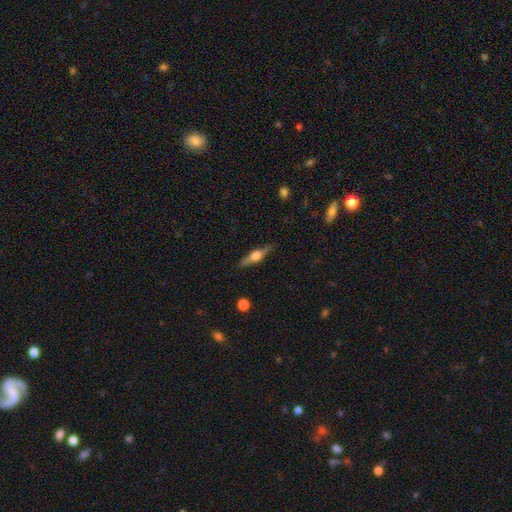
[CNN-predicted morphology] Smooth or featured: featured or disk — 63% (smooth — 31%)
Edge-on disk: yes — 96% (no — 4%)
Edge-on bulge: rounded — 90% (boxy — 8%)
Merging: none — 87% (minor disturbance — 9%)